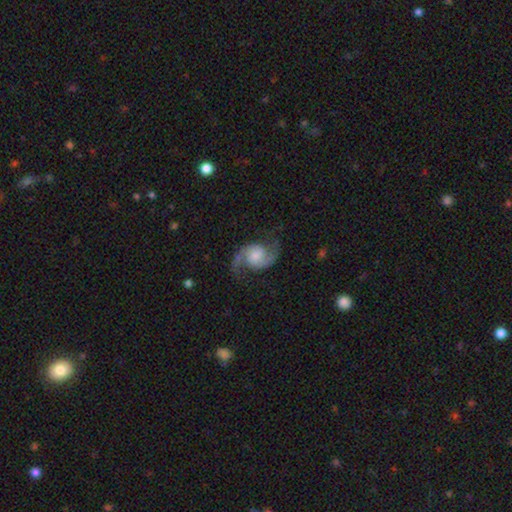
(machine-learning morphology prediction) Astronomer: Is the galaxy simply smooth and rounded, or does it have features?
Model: featured or disk — 89%.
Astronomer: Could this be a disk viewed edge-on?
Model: no — 98%.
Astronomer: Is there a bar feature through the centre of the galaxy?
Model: no — 63%.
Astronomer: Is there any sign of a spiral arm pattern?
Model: yes — 98%.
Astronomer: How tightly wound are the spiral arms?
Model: loose — 46% (runner-up: medium, 45%).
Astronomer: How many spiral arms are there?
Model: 2 — 94%.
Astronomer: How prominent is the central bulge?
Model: moderate — 33% (runner-up: large, 25%).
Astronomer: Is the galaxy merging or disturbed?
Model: none — 78%.